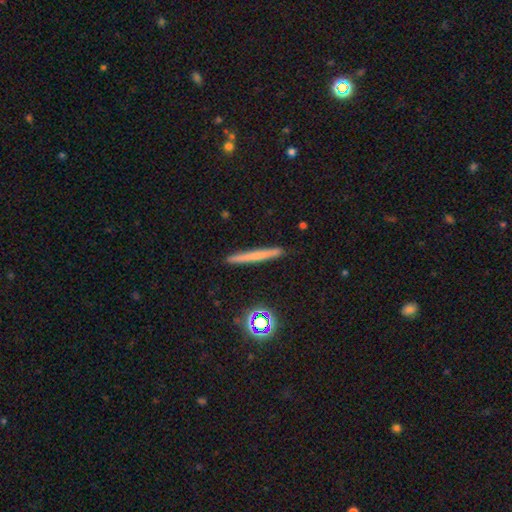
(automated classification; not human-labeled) Overall: smooth (54%; featured or disk 35%). How rounded: cigar-shaped (95%). Merging: none (91%).